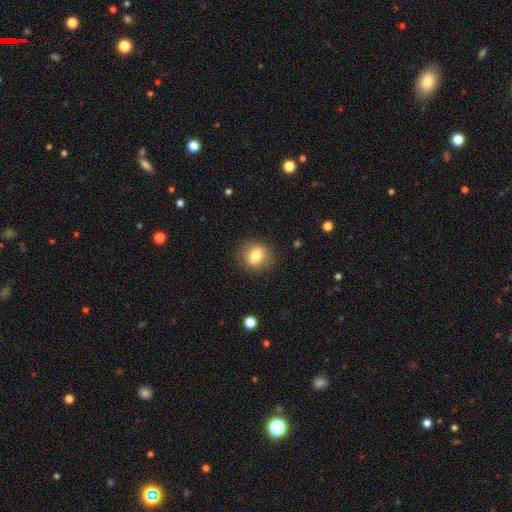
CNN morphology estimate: The model was most divided on "how rounded": round: 68%, in between: 31%, cigar-shaped: 1%. More confident: merging — none (86%); smooth or featured — smooth (80%).